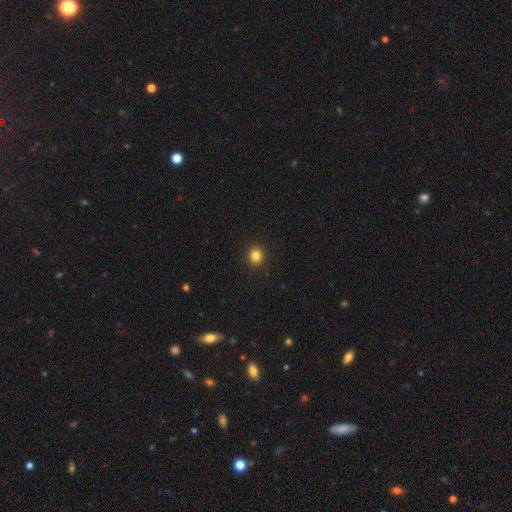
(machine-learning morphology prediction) smooth-or-featured: smooth: 84% | star or artifact: 12% | featured or disk: 4%
  how-rounded: round: 85% | in between: 14% | cigar-shaped: 1%
  merging: none: 93% | minor disturbance: 5% | major disturbance: 2% | merger: 1%